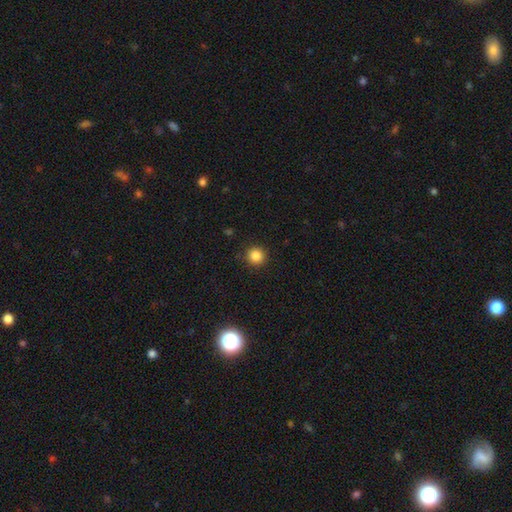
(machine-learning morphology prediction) A smooth galaxy with no disk features (85%) that is round (94%).

Vote fractions:
- Smooth or featured? smooth: 85% / star or artifact: 11% / featured or disk: 4%
- How rounded? round: 94% / in between: 5% / cigar-shaped: 1%
- Merging? none: 90% / minor disturbance: 7% / major disturbance: 2% / merger: 1%